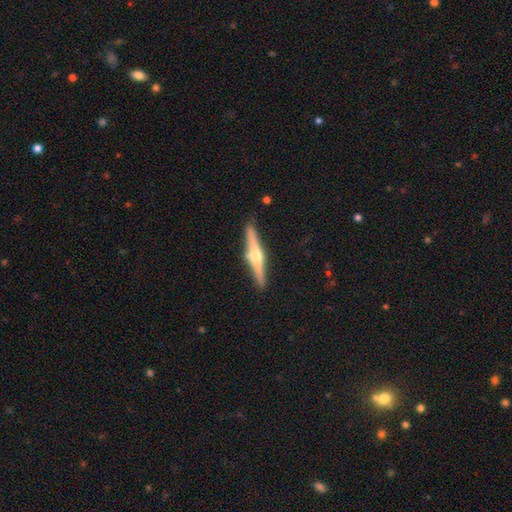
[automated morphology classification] Smooth or featured? featured or disk (75%)
Edge-on disk? yes (98%)
Edge-on bulge? rounded (93%)
Merging? none (90%)